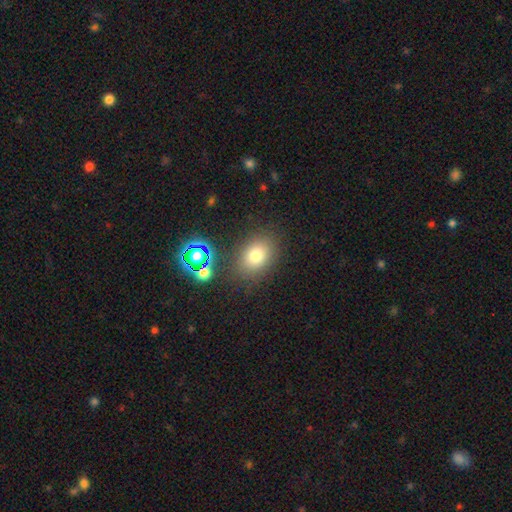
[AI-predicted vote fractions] Smooth or featured?
  - smooth: 75% *
  - star or artifact: 15%
  - featured or disk: 10%
How rounded?
  - in between: 66% *
  - round: 33%
  - cigar-shaped: 1%
Merging?
  - none: 81% *
  - minor disturbance: 11%
  - major disturbance: 4%
  - merger: 4%